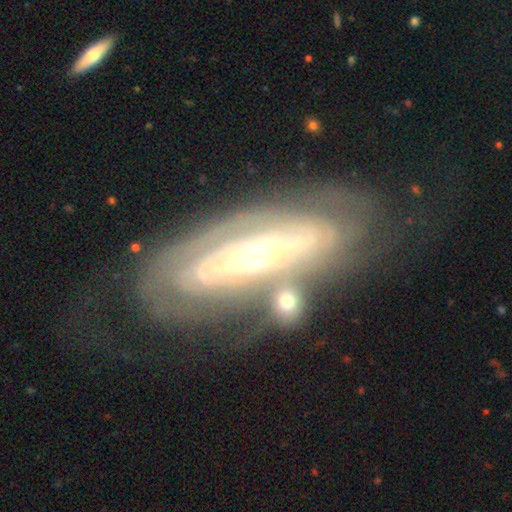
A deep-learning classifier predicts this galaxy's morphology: type=featured or disk (83%); edge-on=no (86%); bar=no (59%); spiral arms=yes (76%); winding=tight (75%); arm count=can't tell (59%); bulge=small (51%); merging=none (58%).